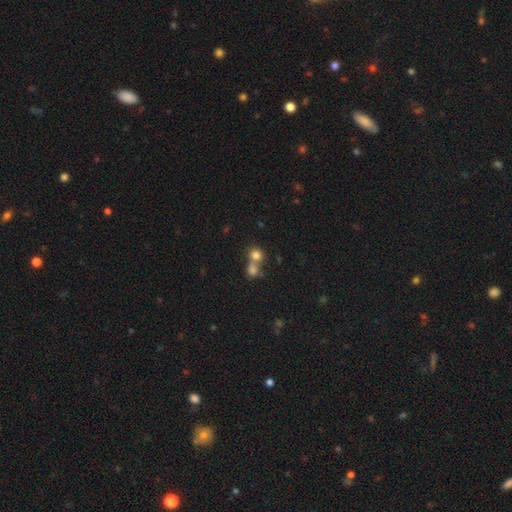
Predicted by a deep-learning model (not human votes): Smooth or featured: smooth — 77% (star or artifact — 13%)
How rounded: round — 85% (in between — 14%)
Merging: merger — 52% (none — 39%)